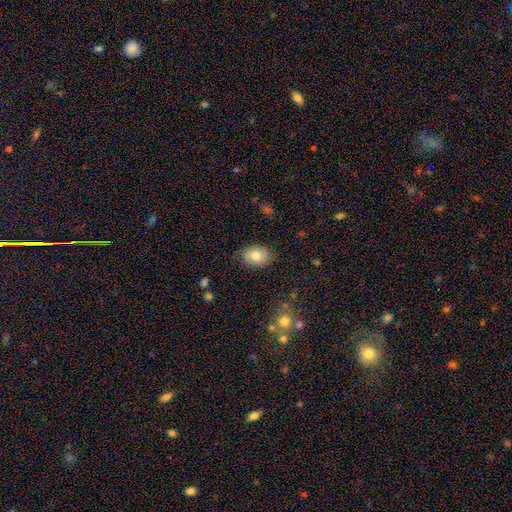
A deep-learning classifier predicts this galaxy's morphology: Smooth or featured: smooth — 78% (featured or disk — 13%)
How rounded: in between — 77% (round — 22%)
Merging: none — 83% (minor disturbance — 13%)